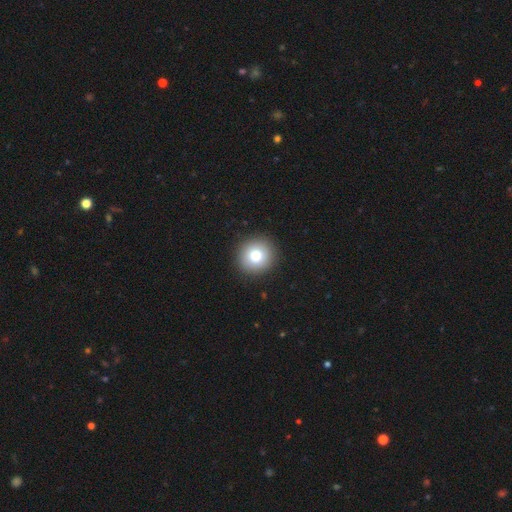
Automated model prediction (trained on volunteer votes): This appears to be a smooth galaxy with no disk features (81%) that is round (93%). Merging: none (92%).